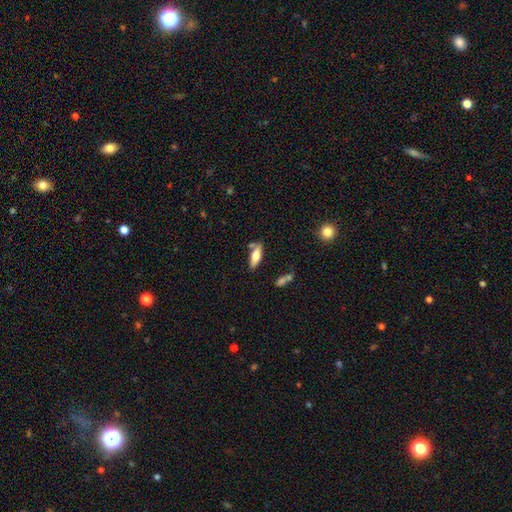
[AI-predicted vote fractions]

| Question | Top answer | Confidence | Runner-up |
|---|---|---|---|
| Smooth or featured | smooth | 63% | featured or disk (31%) |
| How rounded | in between | 61% | cigar-shaped (36%) |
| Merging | none | 70% | minor disturbance (15%) |